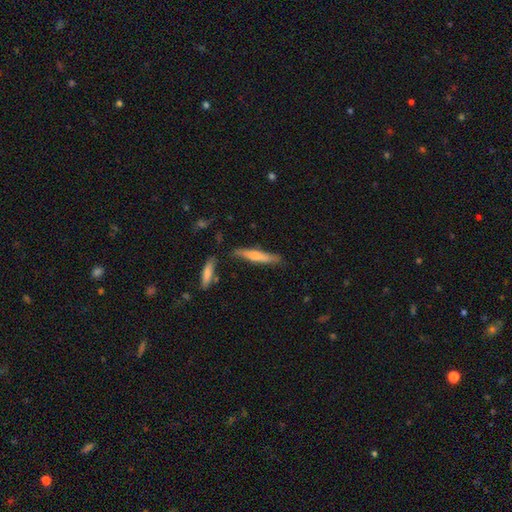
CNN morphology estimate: This appears to be a smooth galaxy with no disk features (64%) that is cigar-shaped (90%). Merging: none (76%).